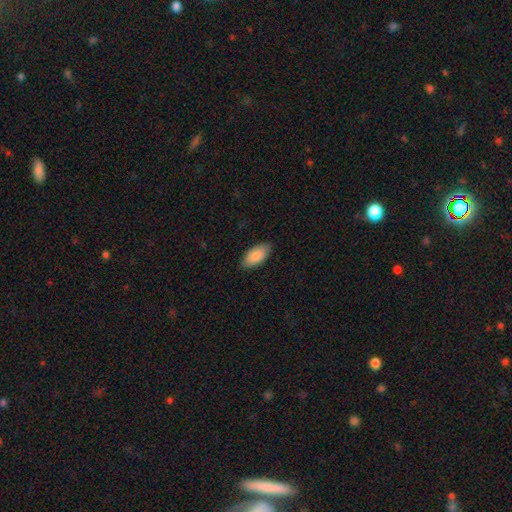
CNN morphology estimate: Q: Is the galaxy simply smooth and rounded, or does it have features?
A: smooth — 87%.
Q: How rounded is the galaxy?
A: in between — 93%.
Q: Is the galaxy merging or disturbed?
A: none — 84%.